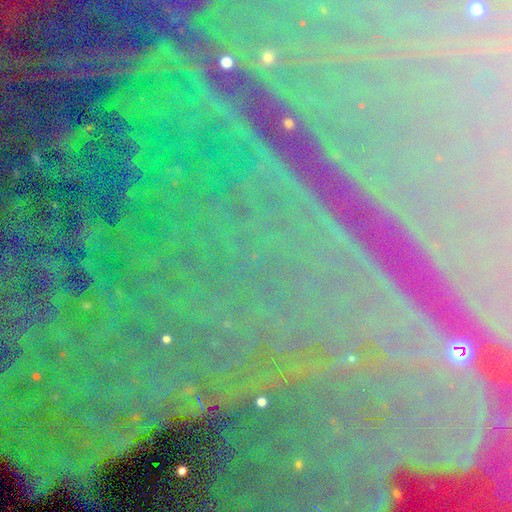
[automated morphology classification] This appears to be a star or artifact, not a galaxy (88%).